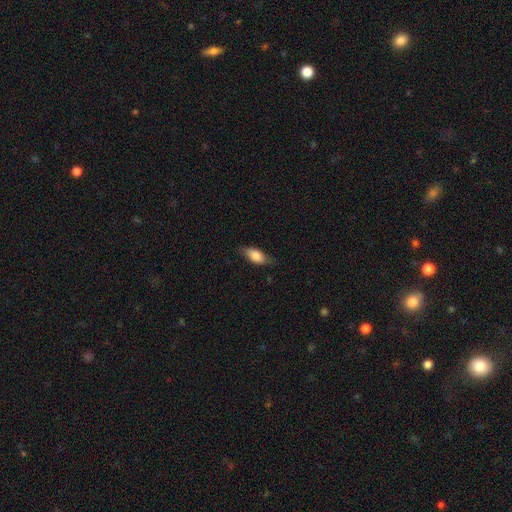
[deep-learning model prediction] smooth 77%, featured or disk 17%, star or artifact 7%. Down the decision tree: how rounded — in between (82%); merging — none (72%).